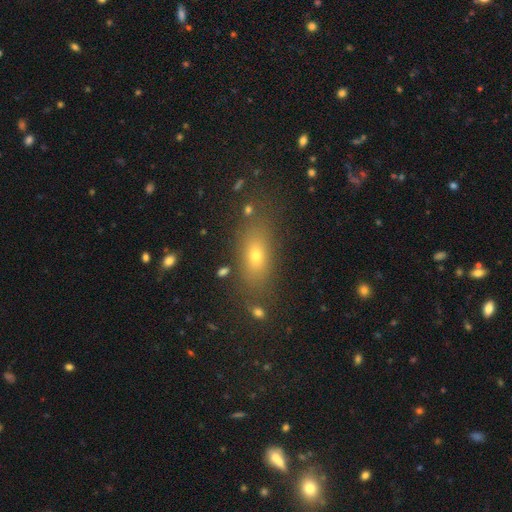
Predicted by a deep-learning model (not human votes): Morphology: type=smooth (69%); roundness=in between (73%); merging=none (79%).